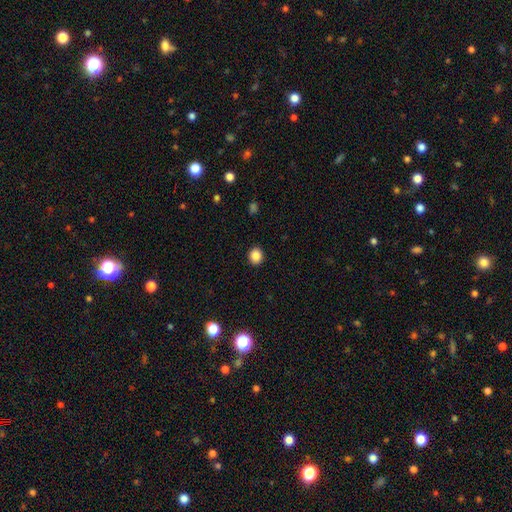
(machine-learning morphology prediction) type=smooth (86%); roundness=round (75%); merging=none (91%).